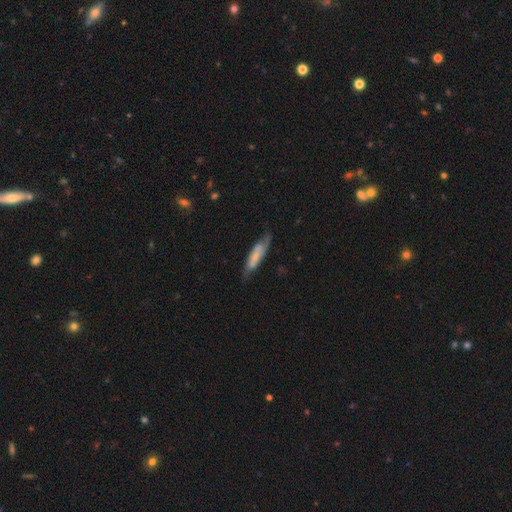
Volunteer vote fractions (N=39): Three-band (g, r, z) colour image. It shows a smooth galaxy with no disk features (56%) that is cigar-shaped (82%). Merging: none (75%).